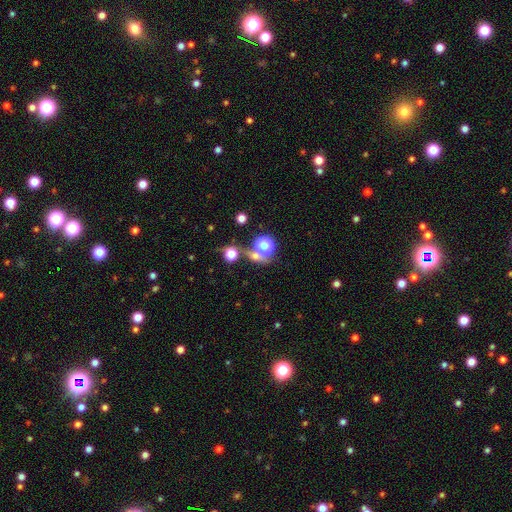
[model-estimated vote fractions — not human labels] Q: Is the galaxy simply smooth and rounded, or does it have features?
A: smooth — 47%.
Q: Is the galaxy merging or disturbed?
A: none — 59%.